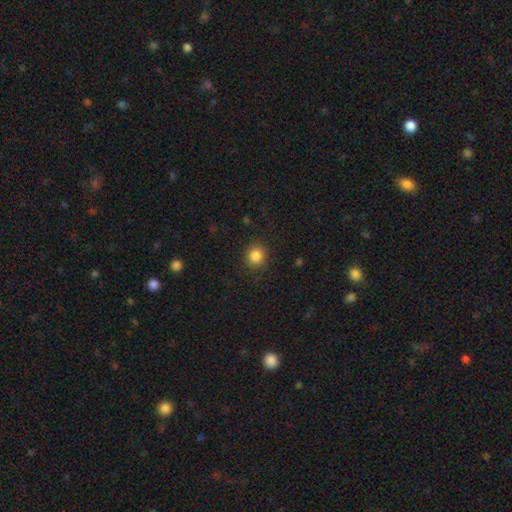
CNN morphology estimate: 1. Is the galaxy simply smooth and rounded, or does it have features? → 86% smooth, 10% star or artifact, 4% featured or disk.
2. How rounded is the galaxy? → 85% round, 14% in between, 1% cigar-shaped.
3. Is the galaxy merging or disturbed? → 88% none, 8% minor disturbance, 3% major disturbance, 1% merger.